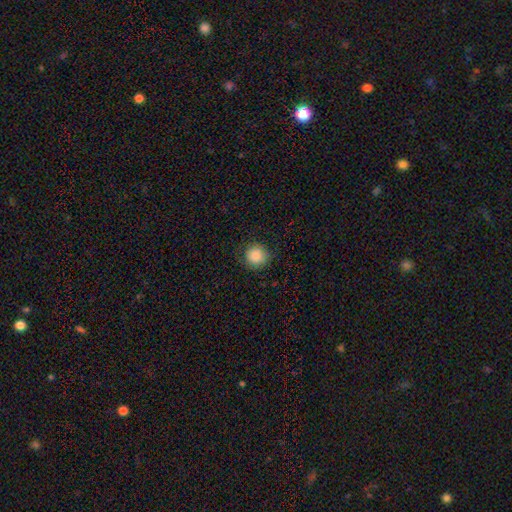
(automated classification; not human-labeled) smooth-or-featured: smooth: 86% | star or artifact: 9% | featured or disk: 5%
  how-rounded: round: 93% | in between: 6% | cigar-shaped: 1%
  merging: none: 84% | minor disturbance: 11% | major disturbance: 4% | merger: 1%